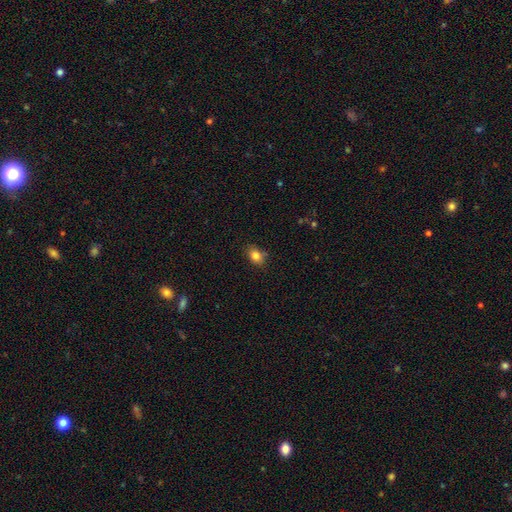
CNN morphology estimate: Smooth or featured? smooth (83%)
How rounded? in between (73%)
Merging? none (79%)